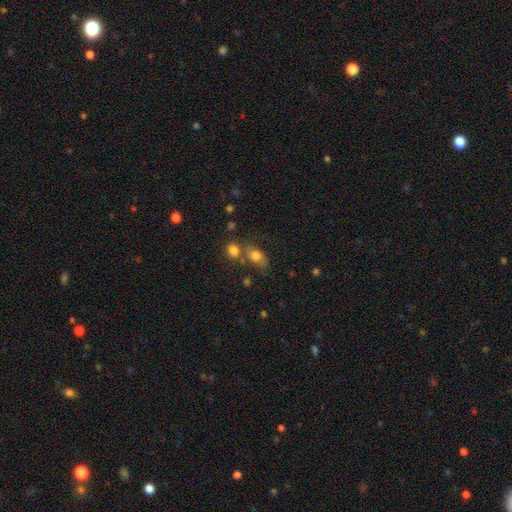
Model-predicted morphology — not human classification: This appears to be a smooth galaxy with no disk features (75%) that is in between round and cigar-shaped (75%). Merging: none (51%).